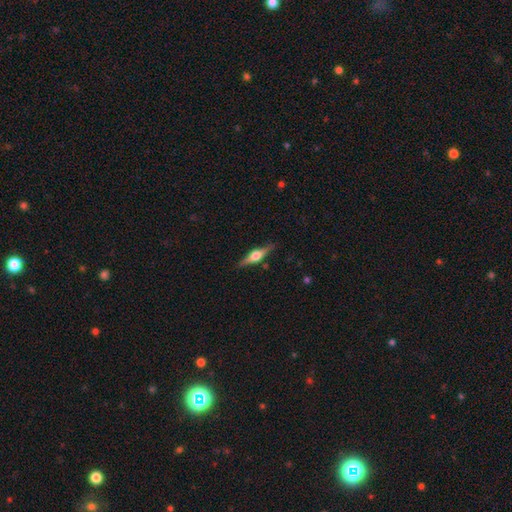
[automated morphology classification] This is likely a featured or disk galaxy (73%). It is clearly viewed edge-on (97%). Edge-on bulge: clearly rounded (93%). Merging: clearly none (88%).